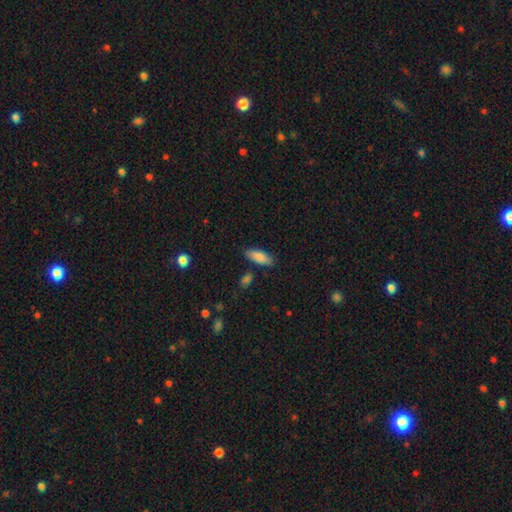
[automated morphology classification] This is clearly a smooth galaxy (85%). How rounded: likely in between (72%). Merging: clearly none (83%).